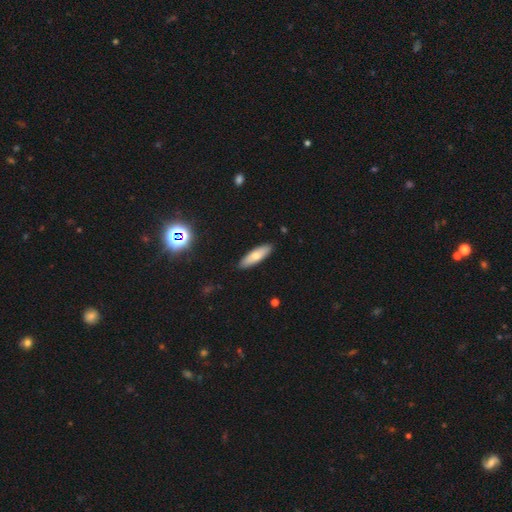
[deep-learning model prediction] The model was most divided on "how rounded" (2-way tie): cigar-shaped: 49%, in between: 49%, round: 2%. More confident: merging — none (89%); smooth or featured — smooth (71%).